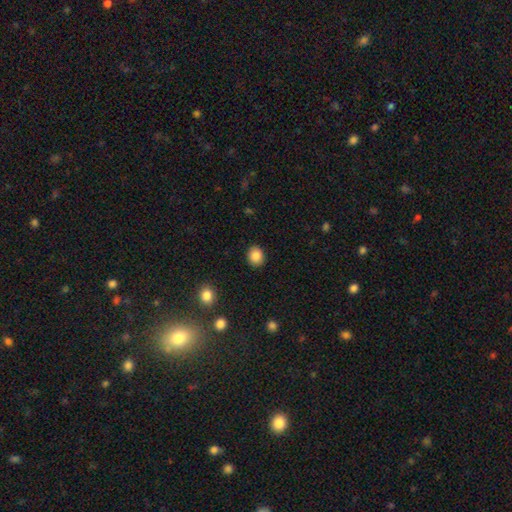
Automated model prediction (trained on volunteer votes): Smooth or featured? smooth (86%)
How rounded? round (69%)
Merging? none (90%)